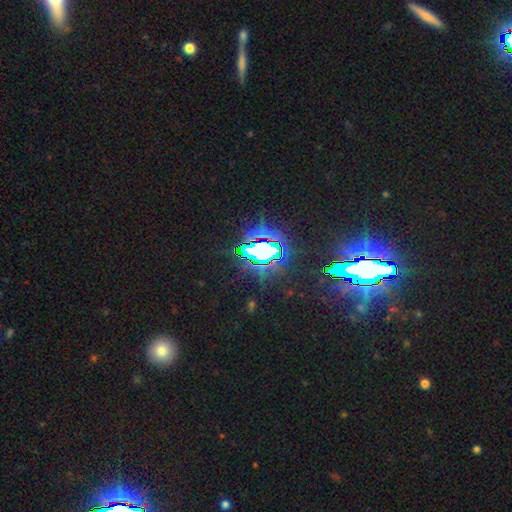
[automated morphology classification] This appears to be a star or artifact, not a galaxy (81%).